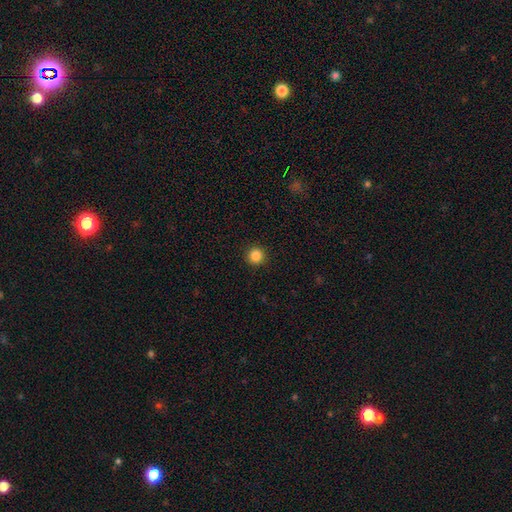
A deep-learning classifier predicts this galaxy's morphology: This appears to be a smooth galaxy with no disk features (84%) that is round (96%). Merging: none (94%).